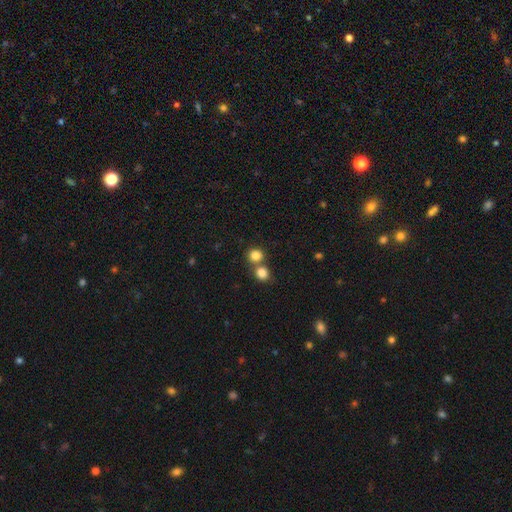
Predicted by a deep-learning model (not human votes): Smooth or featured? smooth (83%)
How rounded? round (85%)
Merging? none (54%)